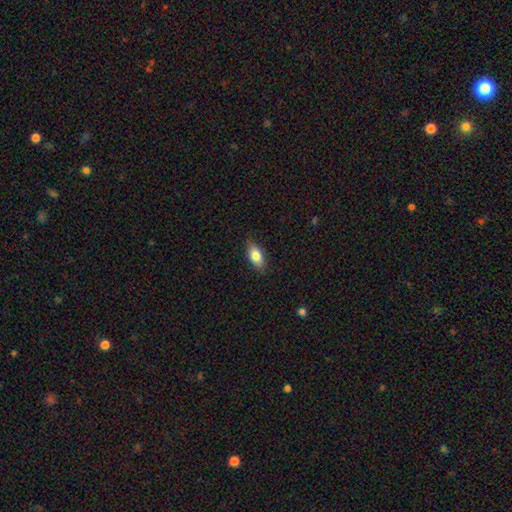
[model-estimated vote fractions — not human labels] The model was most divided on "smooth or featured": smooth: 80%, featured or disk: 13%, star or artifact: 7%. More confident: merging — none (86%); how rounded — in between (85%).